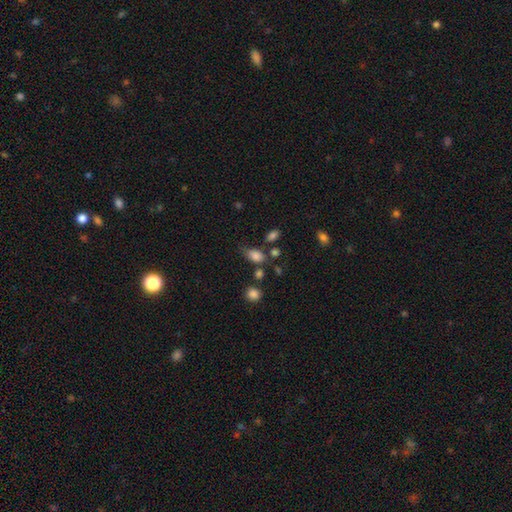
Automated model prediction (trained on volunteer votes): Smooth or featured: smooth — 81% (star or artifact — 12%)
How rounded: in between — 83% (round — 15%)
Merging: none — 50% (minor disturbance — 28%)